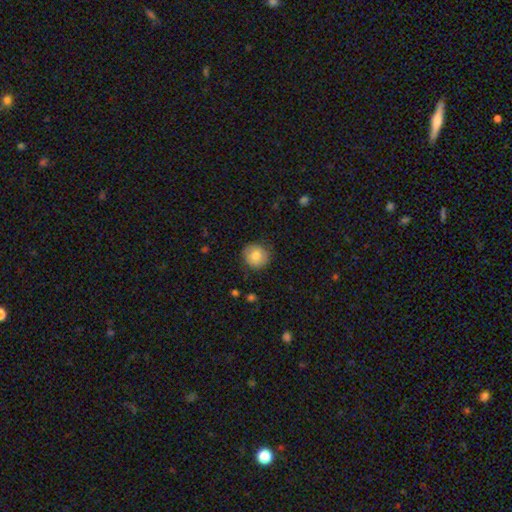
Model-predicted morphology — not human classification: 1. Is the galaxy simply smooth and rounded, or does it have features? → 80% smooth, 12% featured or disk, 8% star or artifact.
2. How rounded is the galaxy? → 90% round, 9% in between, 1% cigar-shaped.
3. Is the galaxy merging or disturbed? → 85% none, 12% minor disturbance, 3% major disturbance, 1% merger.